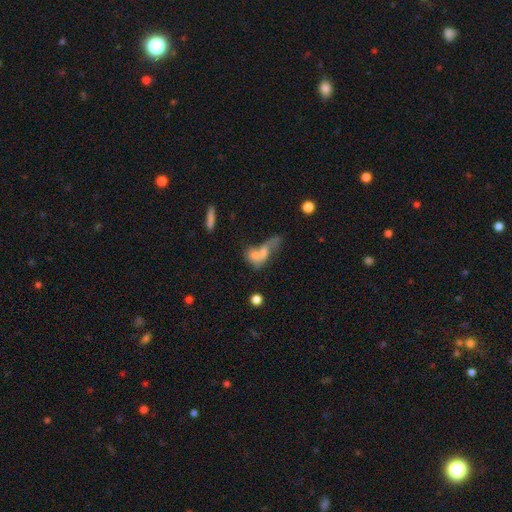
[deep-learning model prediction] smooth_or_featured: smooth (p=0.61) [alt: featured or disk p=0.28]
how_rounded: in between (p=0.58) [alt: round p=0.29]
merging: merger (p=0.62) [alt: none p=0.18]